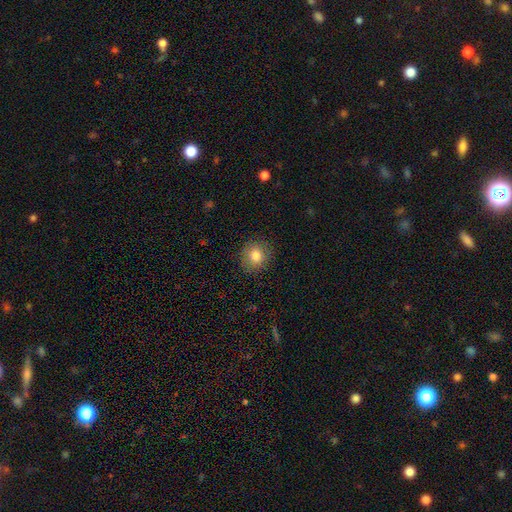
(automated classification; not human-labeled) Smooth or featured?
  - smooth: 82% *
  - star or artifact: 9%
  - featured or disk: 9%
How rounded?
  - round: 79% *
  - in between: 20%
  - cigar-shaped: 1%
Merging?
  - none: 88% *
  - minor disturbance: 9%
  - major disturbance: 3%
  - merger: 1%